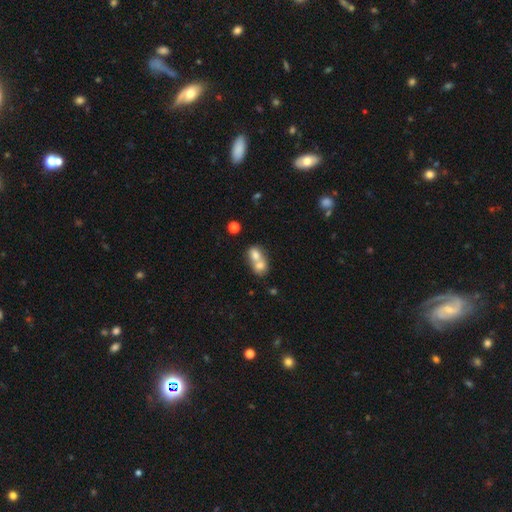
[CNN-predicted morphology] Smooth or featured? smooth (70%)
How rounded? round (51%)
Merging? merger (76%)